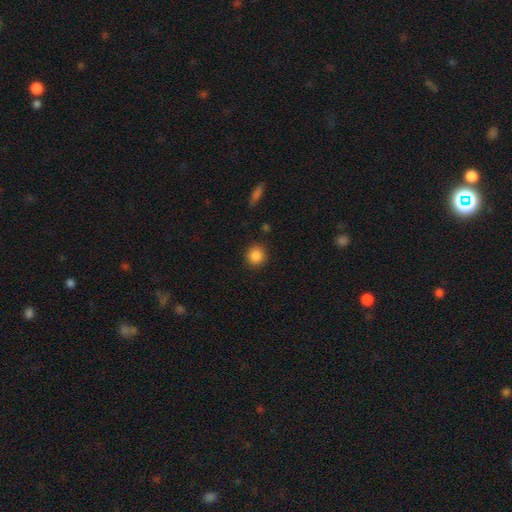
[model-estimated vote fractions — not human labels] This is clearly a smooth galaxy (87%). How rounded: clearly round (90%). Merging: clearly none (88%).